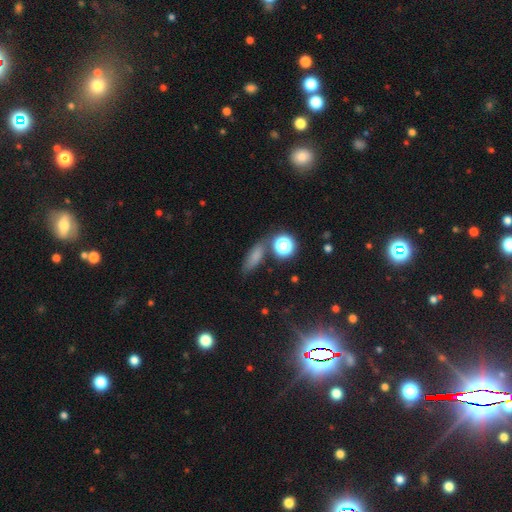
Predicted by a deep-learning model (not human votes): Smooth or featured?
  - smooth: 72% *
  - star or artifact: 17%
  - featured or disk: 11%
How rounded?
  - in between: 51% *
  - cigar-shaped: 35%
  - round: 14%
Merging?
  - none: 71% *
  - minor disturbance: 15%
  - merger: 8%
  - major disturbance: 5%